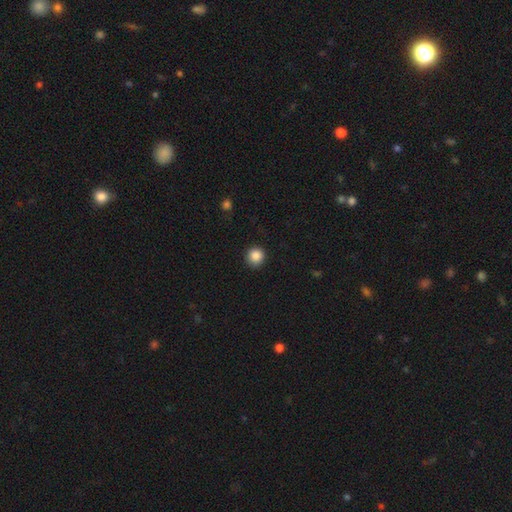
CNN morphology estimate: smooth 87%, star or artifact 10%, featured or disk 3%. Down the decision tree: how rounded — round (93%); merging — none (89%).